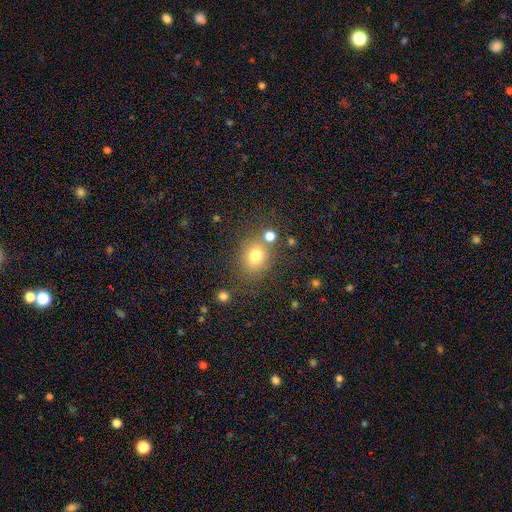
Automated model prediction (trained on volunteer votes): Smooth or featured? smooth (76%)
How rounded? round (71%)
Merging? none (70%)